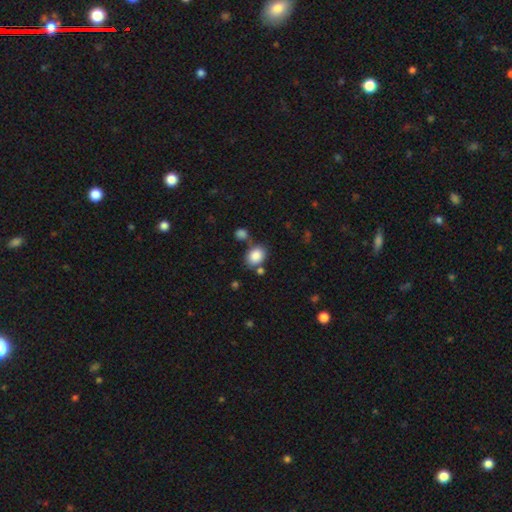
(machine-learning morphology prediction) This appears to be a smooth galaxy with no disk features (86%) that is in between round and cigar-shaped (60%). Merging: none (66%).